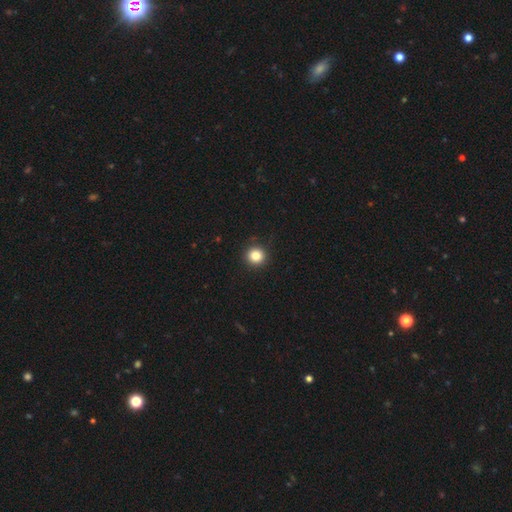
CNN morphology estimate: Overall: smooth (84%). How rounded: round (94%). Merging: none (92%).